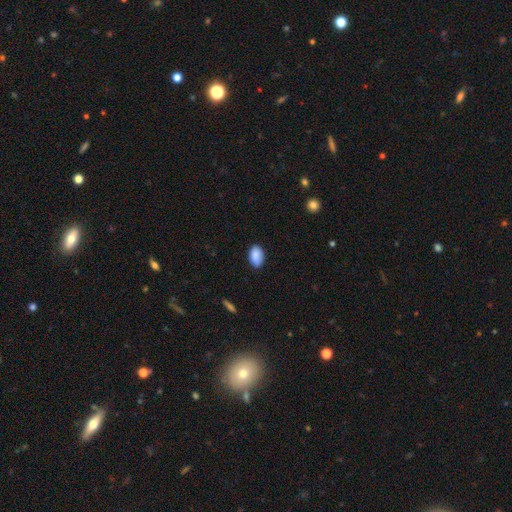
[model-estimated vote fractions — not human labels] Overall: smooth (89%). How rounded: in between (93%). Merging: none (86%).